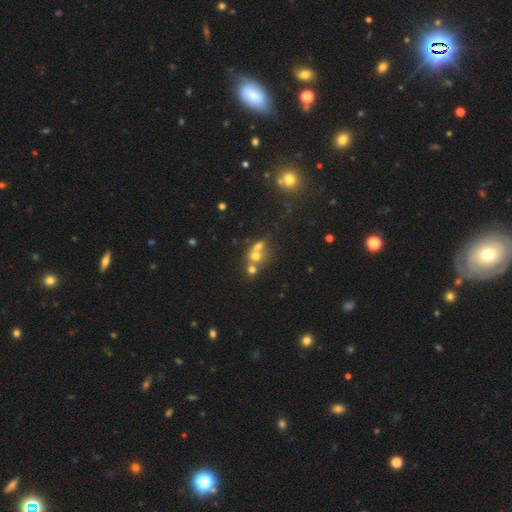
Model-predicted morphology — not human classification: Smooth or featured? smooth (59%)
How rounded? round (71%)
Merging? merger (58%)